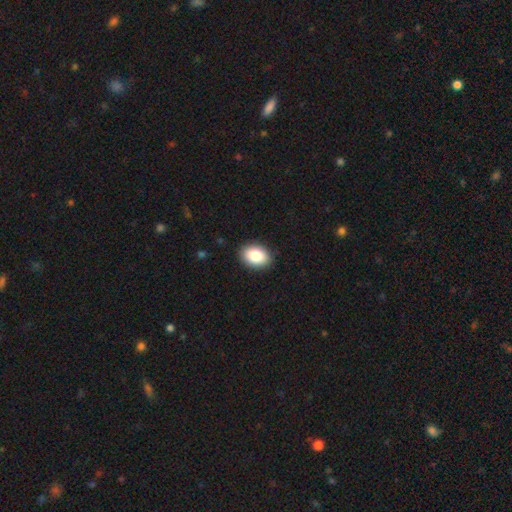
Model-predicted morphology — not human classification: smooth_or_featured: smooth (p=0.85) [alt: star or artifact p=0.07]
how_rounded: in between (p=0.80) [alt: round p=0.19]
merging: none (p=0.89) [alt: minor disturbance p=0.08]